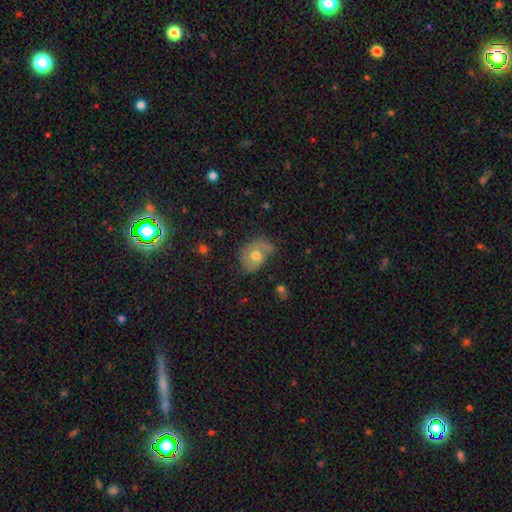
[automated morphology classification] A smooth galaxy with no disk features (49%). Merging: none (44%).